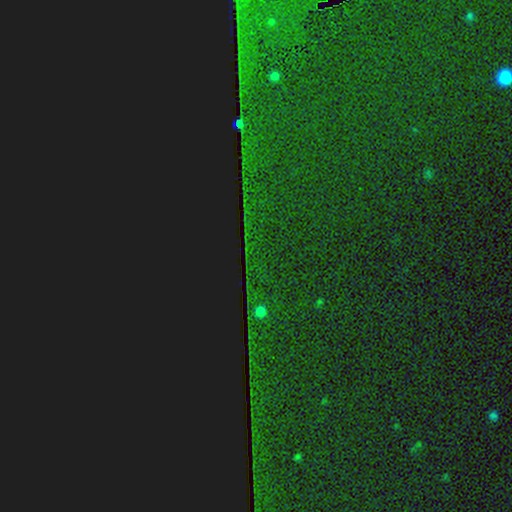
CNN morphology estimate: star or artifact 87%, smooth 7%, featured or disk 6%.